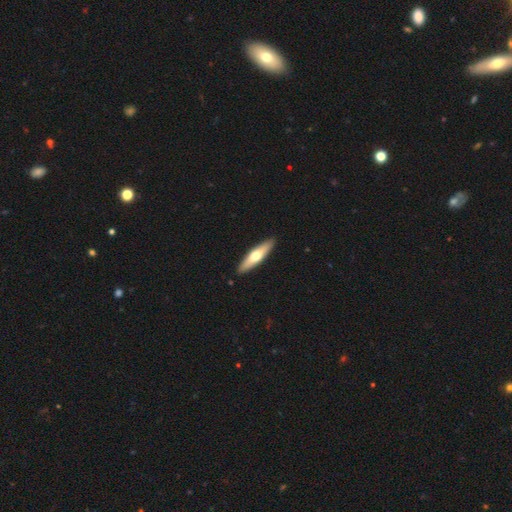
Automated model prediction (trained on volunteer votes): This is possibly a smooth galaxy (55%). How rounded: likely cigar-shaped (72%). Merging: clearly none (90%).